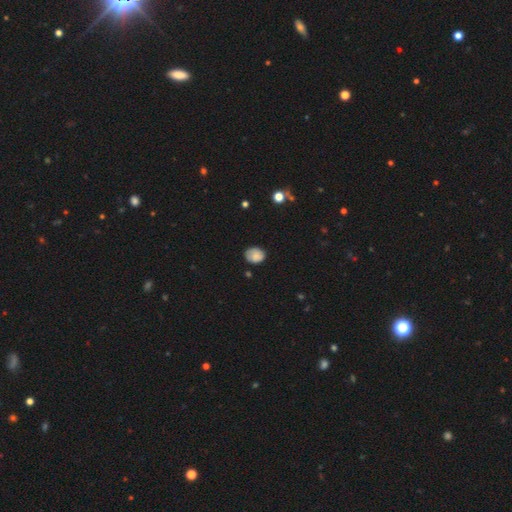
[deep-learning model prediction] Smooth or featured? Predicted: smooth (p=0.80). How rounded? Predicted: round (p=0.55). Merging? Predicted: none (p=0.70).